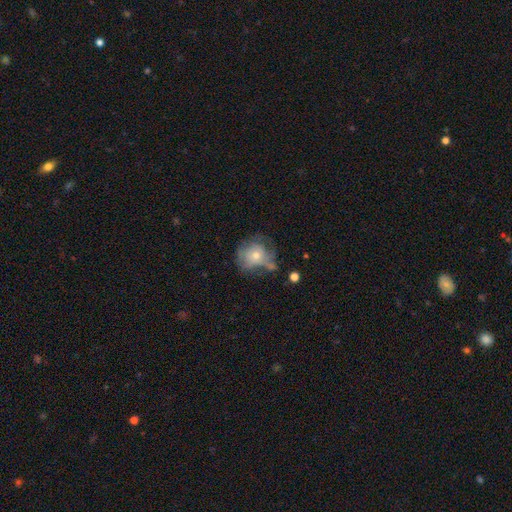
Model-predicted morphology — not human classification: smooth_or_featured: smooth (p=0.54) [alt: featured or disk p=0.37]
how_rounded: round (p=0.73) [alt: in between p=0.26]
merging: none (p=0.38) [alt: minor disturbance p=0.28]